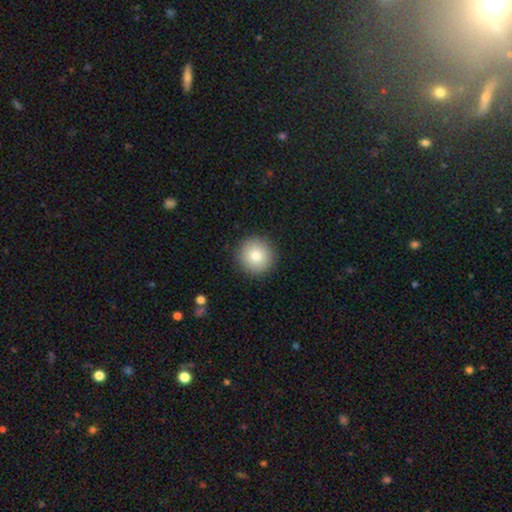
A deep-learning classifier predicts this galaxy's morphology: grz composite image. It shows a smooth galaxy with no disk features (83%) that is round (95%). Merging: none (92%).